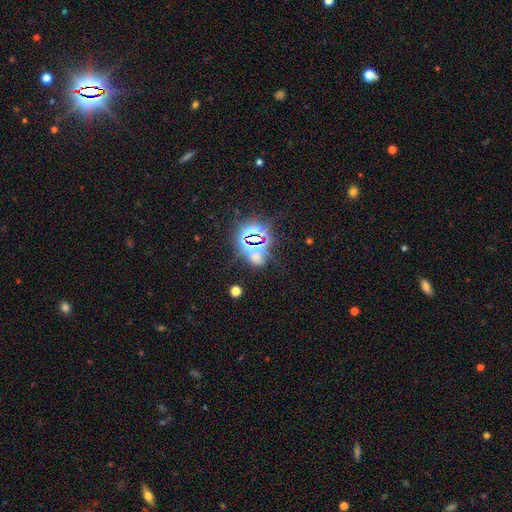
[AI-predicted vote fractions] Smooth or featured? Predicted: star or artifact (p=0.70).